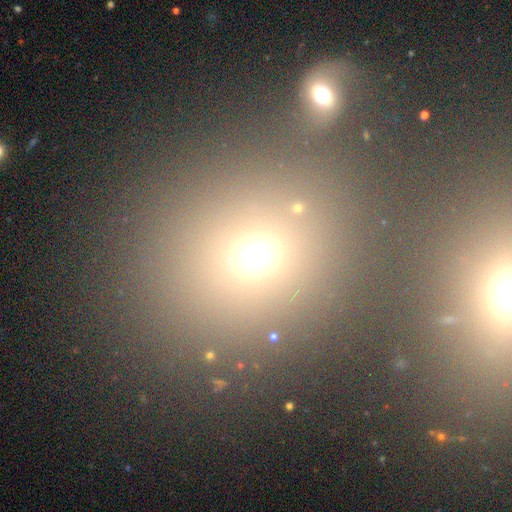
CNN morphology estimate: Smooth or featured: smooth — 67% (star or artifact — 22%)
How rounded: round — 74% (in between — 24%)
Merging: none — 62% (merger — 22%)